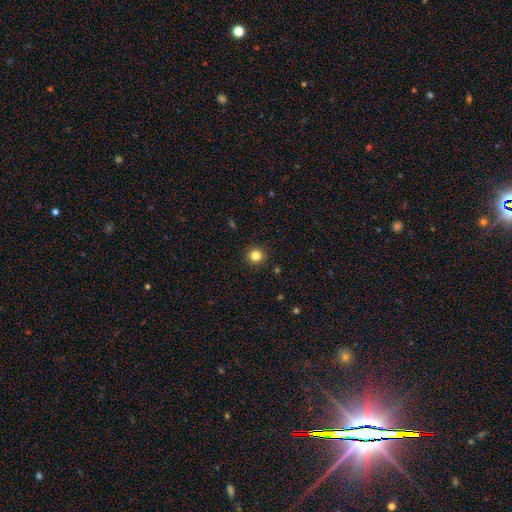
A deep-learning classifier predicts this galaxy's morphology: Smooth or featured?
  - smooth: 83% *
  - star or artifact: 12%
  - featured or disk: 5%
How rounded?
  - round: 94% *
  - in between: 6%
  - cigar-shaped: 1%
Merging?
  - none: 92% *
  - minor disturbance: 5%
  - major disturbance: 2%
  - merger: 1%